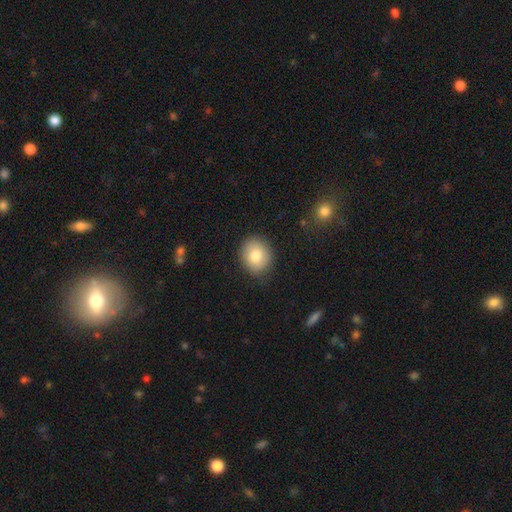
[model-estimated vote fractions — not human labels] The model was most divided on "how rounded": round: 72%, in between: 27%, cigar-shaped: 1%. More confident: merging — none (87%); smooth or featured — smooth (80%).